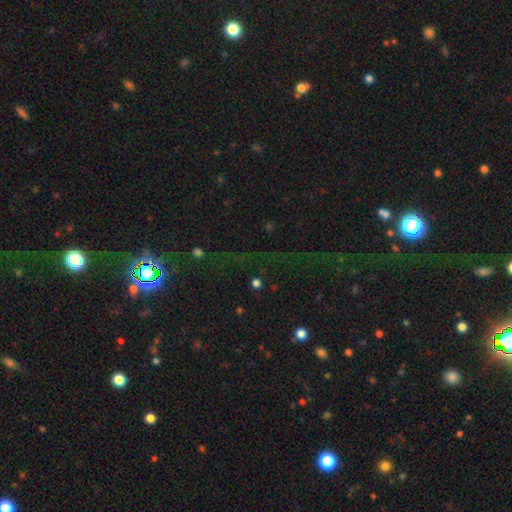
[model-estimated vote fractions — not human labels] Q: Smooth or featured?
A: star or artifact (76%); runner-up: smooth (15%)